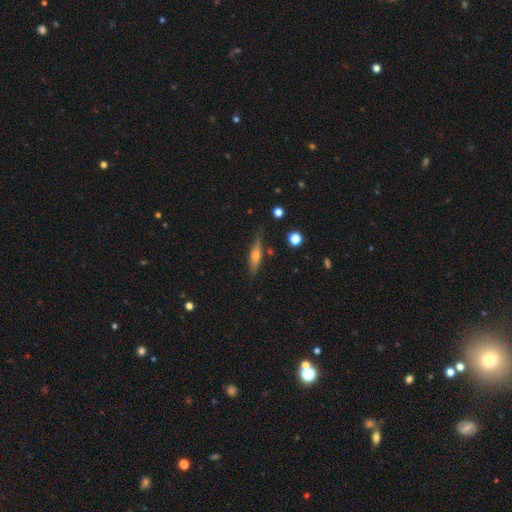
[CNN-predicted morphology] The model was most divided on "smooth or featured": featured or disk: 53%, smooth: 39%, star or artifact: 7%. More confident: edge-on disk — yes (92%); merging — none (78%).